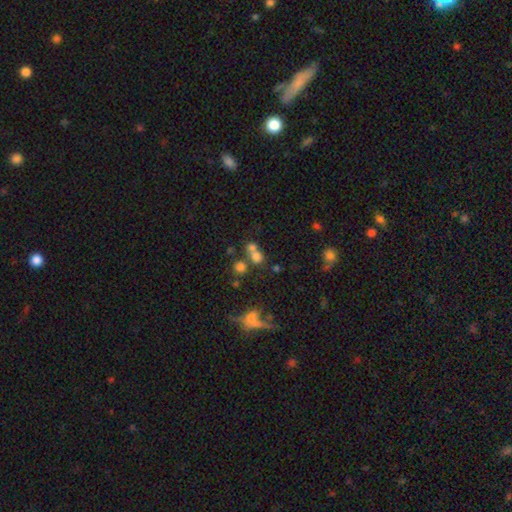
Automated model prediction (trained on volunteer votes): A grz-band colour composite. It shows a smooth galaxy with no disk features (66%) that is round (76%). Merging: merger (45%).